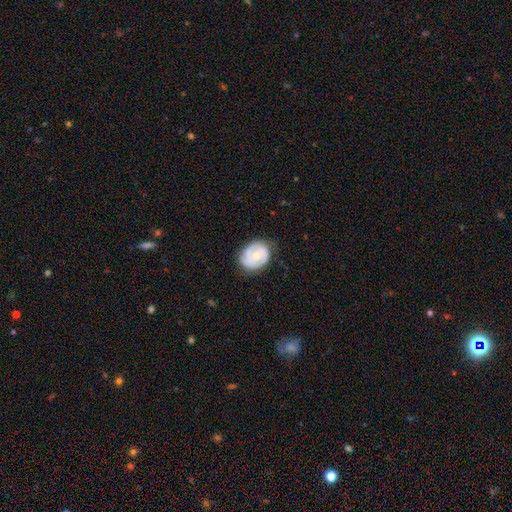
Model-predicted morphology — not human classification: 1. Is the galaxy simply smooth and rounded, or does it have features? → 63% featured or disk, 31% smooth, 6% star or artifact.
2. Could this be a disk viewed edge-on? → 97% no, 3% yes.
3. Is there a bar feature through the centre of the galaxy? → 73% no, 22% weak, 5% strong.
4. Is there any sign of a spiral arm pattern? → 73% yes, 27% no.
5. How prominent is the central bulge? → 60% moderate, 36% small, 2% large, 1% none, 1% dominant.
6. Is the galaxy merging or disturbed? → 67% none, 24% minor disturbance, 7% major disturbance, 1% merger.